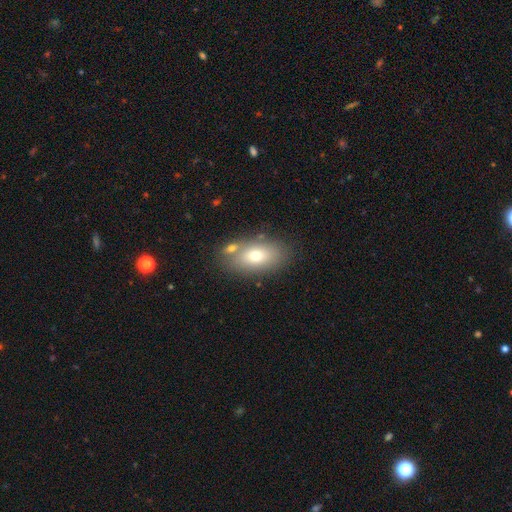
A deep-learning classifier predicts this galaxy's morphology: A smooth galaxy with no disk features (69%) that is in between round and cigar-shaped (88%). Merging: none (69%).